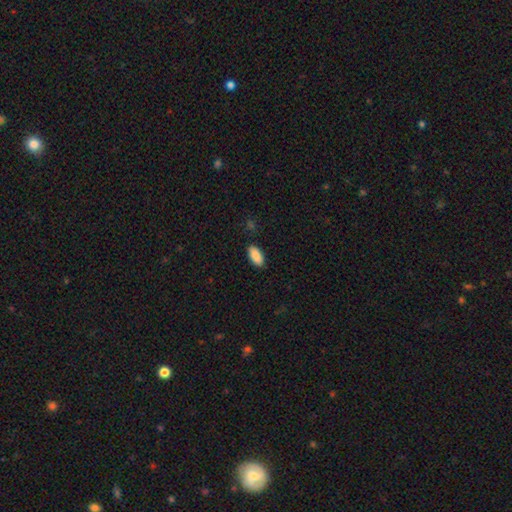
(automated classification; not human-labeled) Q: Smooth or featured?
A: smooth (90%); runner-up: star or artifact (6%)
Q: How rounded?
A: in between (91%); runner-up: cigar-shaped (7%)
Q: Merging?
A: none (88%); runner-up: minor disturbance (9%)